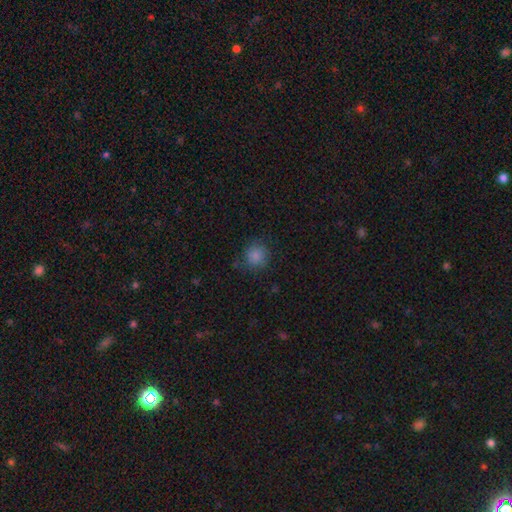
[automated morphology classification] smooth 84%, star or artifact 11%, featured or disk 4%. Down the decision tree: how rounded — round (89%); merging — none (81%).